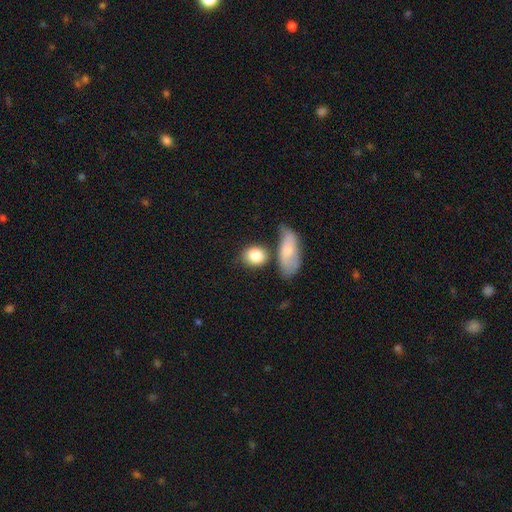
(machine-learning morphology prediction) This is clearly a smooth galaxy (83%). How rounded: possibly round (49%). Merging: possibly none (58%).